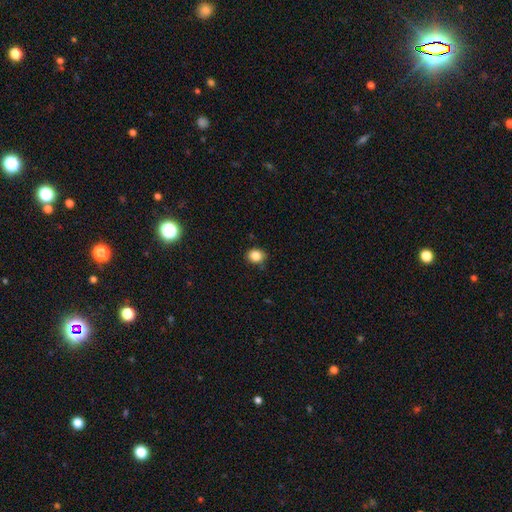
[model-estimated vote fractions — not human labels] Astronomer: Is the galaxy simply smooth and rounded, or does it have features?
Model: smooth — 84%.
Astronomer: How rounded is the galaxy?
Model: round — 66%.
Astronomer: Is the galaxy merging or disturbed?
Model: none — 81%.